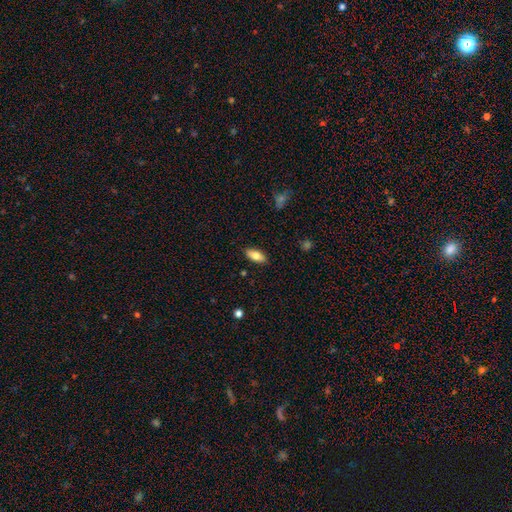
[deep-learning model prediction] Smooth or featured? Predicted: smooth (p=0.77). How rounded? Predicted: in between (p=0.85). Merging? Predicted: none (p=0.88).